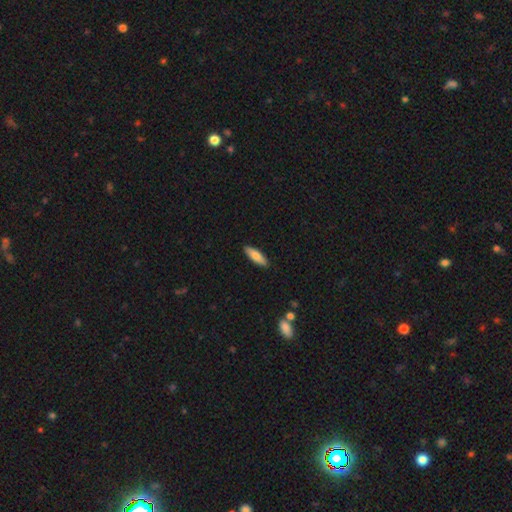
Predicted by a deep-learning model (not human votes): A smooth galaxy with no disk features (77%) that is cigar-shaped (52%). Merging: none (89%).